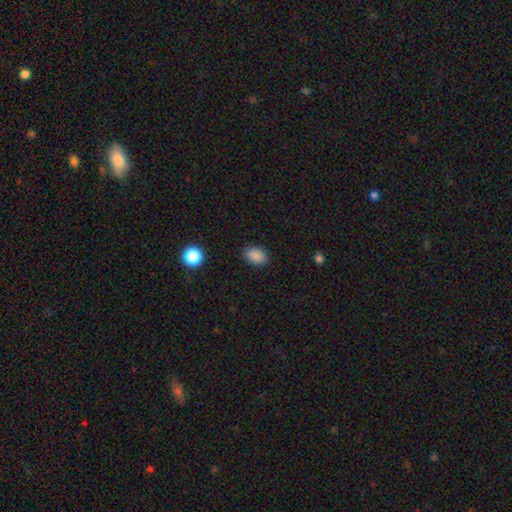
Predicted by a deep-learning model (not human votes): Smooth or featured?
  - smooth: 88% *
  - star or artifact: 9%
  - featured or disk: 3%
How rounded?
  - in between: 81% *
  - round: 18%
  - cigar-shaped: 1%
Merging?
  - none: 87% *
  - minor disturbance: 9%
  - major disturbance: 2%
  - merger: 1%